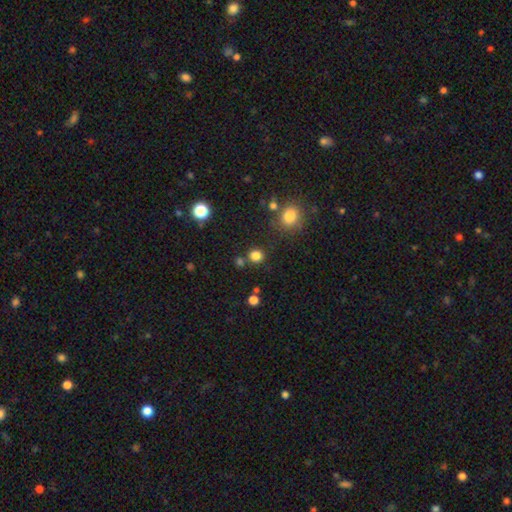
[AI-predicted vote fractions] smooth_or_featured: smooth (p=0.80) [alt: star or artifact p=0.15]
how_rounded: round (p=0.88) [alt: in between p=0.11]
merging: none (p=0.80) [alt: merger p=0.09]